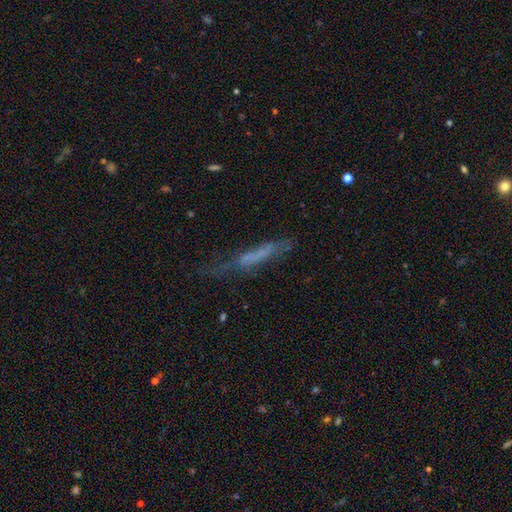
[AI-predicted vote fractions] smooth_or_featured: featured or disk (p=0.43) [tied with: smooth p=0.43]
merging: none (p=0.47) [alt: minor disturbance p=0.26]